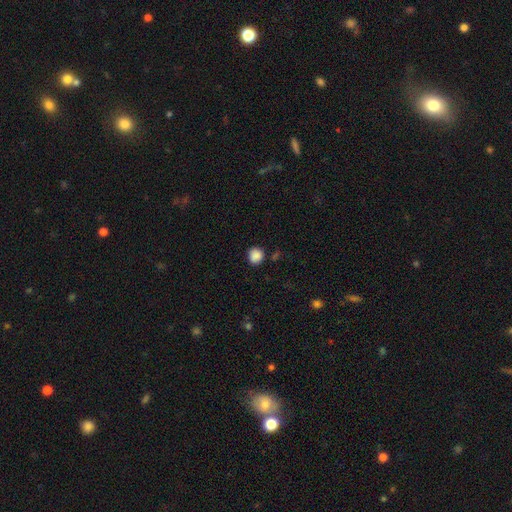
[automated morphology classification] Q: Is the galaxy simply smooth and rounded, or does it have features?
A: smooth — 87%.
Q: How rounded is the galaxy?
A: round — 84%.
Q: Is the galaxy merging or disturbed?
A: none — 82%.